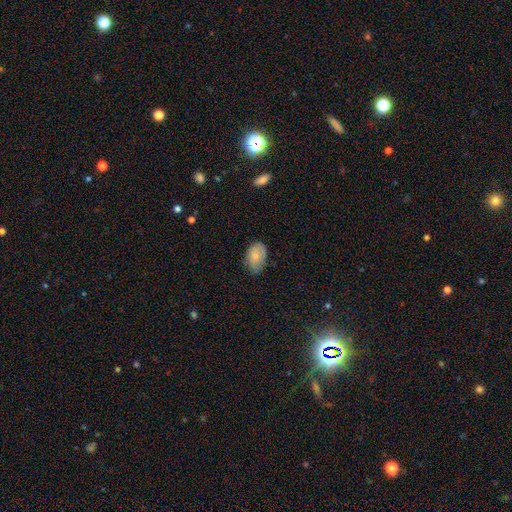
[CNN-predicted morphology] This is likely a smooth galaxy (77%). How rounded: clearly in between (89%). Merging: likely none (63%).